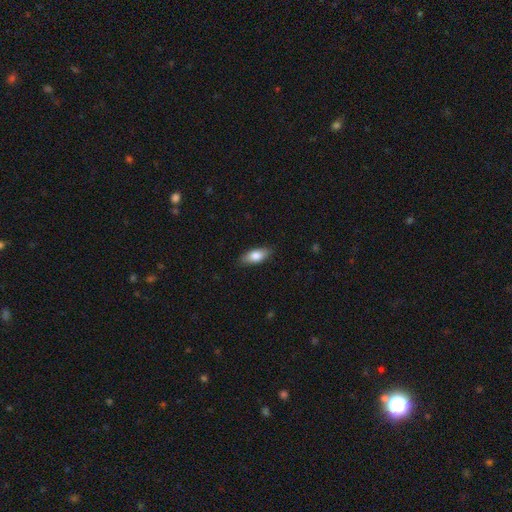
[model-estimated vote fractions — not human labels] This appears to be a smooth galaxy with no disk features (79%) that is in between round and cigar-shaped (81%). Merging: none (86%).